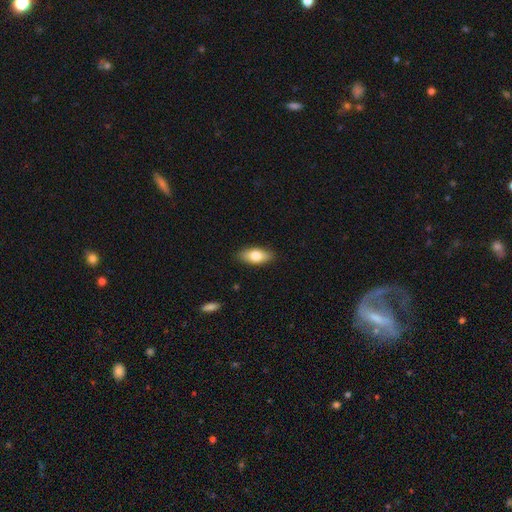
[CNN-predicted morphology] A smooth galaxy with no disk features (77%) that is in between round and cigar-shaped (85%).

Vote fractions:
- Smooth or featured? smooth: 77% / featured or disk: 17% / star or artifact: 6%
- How rounded? in between: 85% / cigar-shaped: 12% / round: 3%
- Merging? none: 88% / minor disturbance: 9% / major disturbance: 2% / merger: 1%